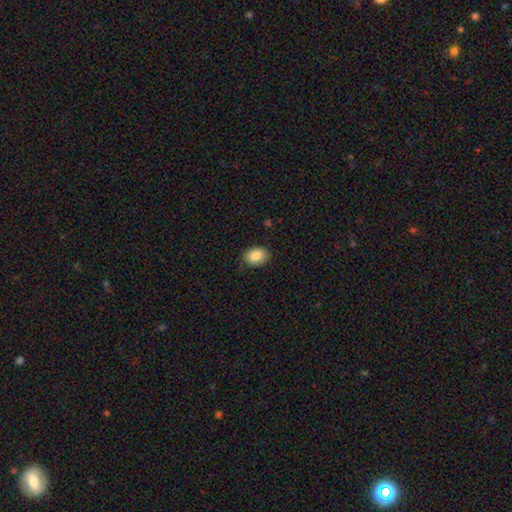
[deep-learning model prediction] A smooth galaxy with no disk features (86%) that is in between round and cigar-shaped (78%). Merging: none (83%).